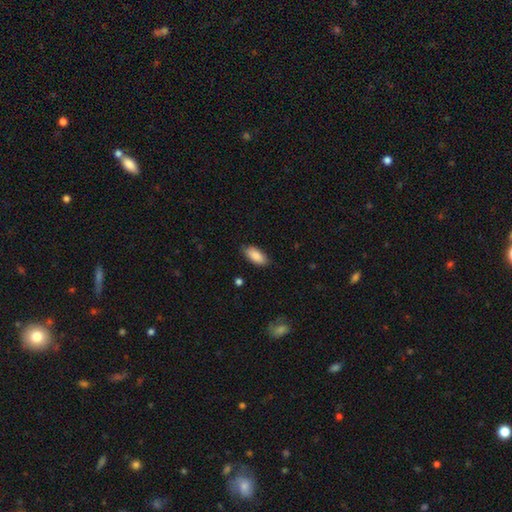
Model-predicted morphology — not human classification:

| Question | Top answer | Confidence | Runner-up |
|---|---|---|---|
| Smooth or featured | smooth | 87% | featured or disk (7%) |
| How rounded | in between | 89% | cigar-shaped (9%) |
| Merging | none | 83% | minor disturbance (13%) |